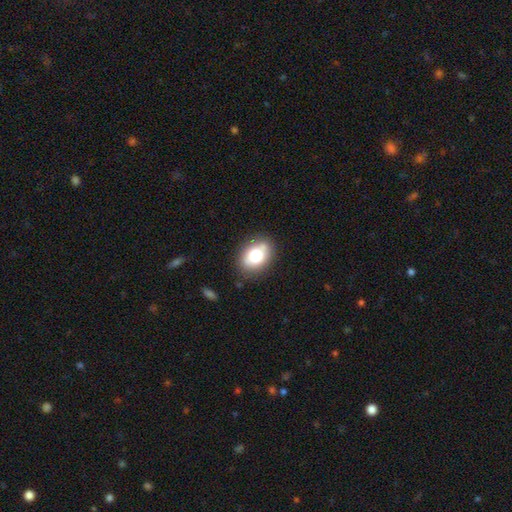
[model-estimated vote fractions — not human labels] Smooth or featured?
  - smooth: 75% *
  - featured or disk: 17%
  - star or artifact: 9%
How rounded?
  - in between: 74% *
  - round: 25%
  - cigar-shaped: 1%
Merging?
  - none: 79% *
  - minor disturbance: 14%
  - major disturbance: 4%
  - merger: 3%